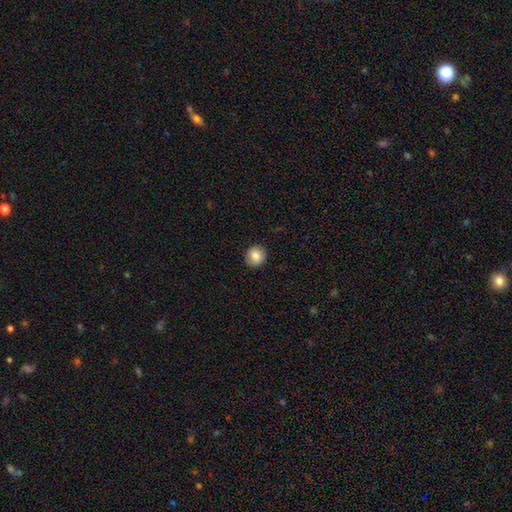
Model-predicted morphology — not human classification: smooth 85%, star or artifact 8%, featured or disk 7%. Down the decision tree: how rounded — round (86%); merging — none (90%).